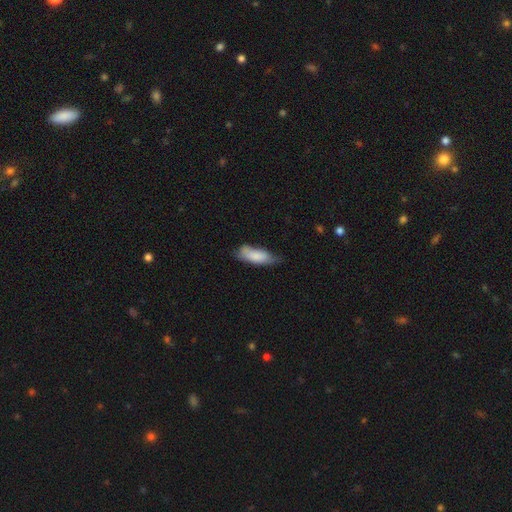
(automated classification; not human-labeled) Q: Smooth or featured?
A: smooth (81%); runner-up: featured or disk (13%)
Q: How rounded?
A: in between (67%); runner-up: cigar-shaped (31%)
Q: Merging?
A: none (49%); runner-up: minor disturbance (38%)